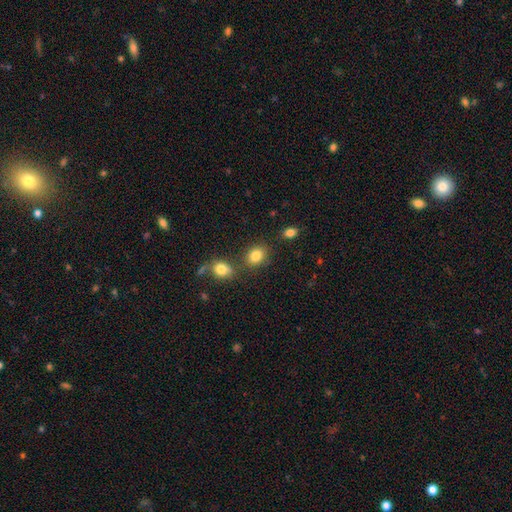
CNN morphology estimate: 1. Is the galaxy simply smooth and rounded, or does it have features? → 83% smooth, 10% star or artifact, 6% featured or disk.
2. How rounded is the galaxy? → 53% in between, 46% round, 1% cigar-shaped.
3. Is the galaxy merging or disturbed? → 72% none, 12% merger, 12% minor disturbance, 4% major disturbance.